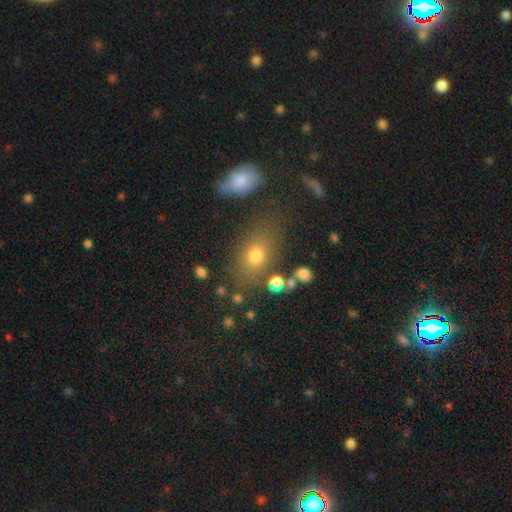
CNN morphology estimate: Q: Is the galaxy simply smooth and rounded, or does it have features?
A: smooth — 72%.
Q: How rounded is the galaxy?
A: in between — 74%.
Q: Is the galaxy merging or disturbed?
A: none — 71%.